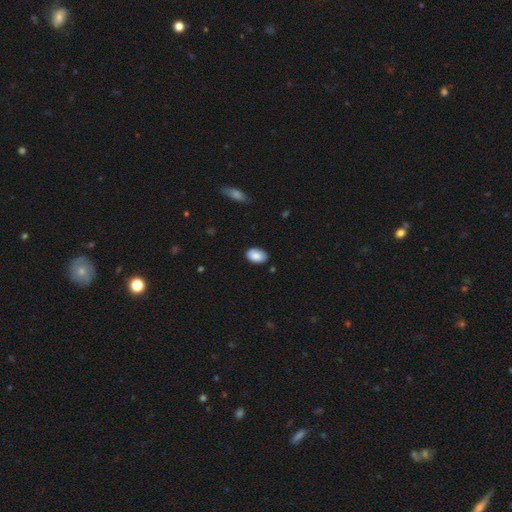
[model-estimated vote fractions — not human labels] A smooth galaxy with no disk features (88%) that is in between round and cigar-shaped (89%).

Vote fractions:
- Smooth or featured? smooth: 88% / star or artifact: 7% / featured or disk: 5%
- How rounded? in between: 89% / round: 10% / cigar-shaped: 1%
- Merging? none: 83% / minor disturbance: 14% / major disturbance: 2% / merger: 1%